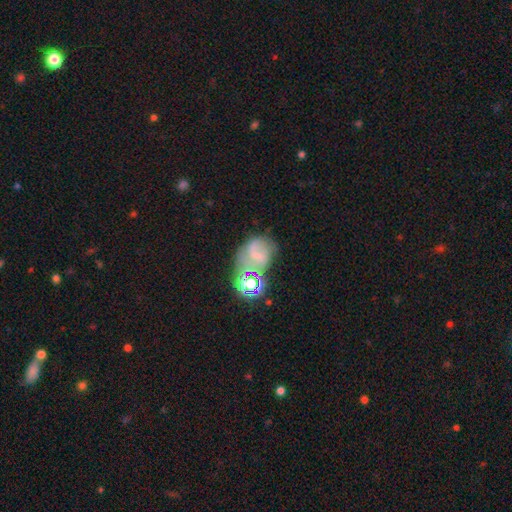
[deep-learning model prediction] Overall: featured or disk (43%; smooth 33%). Merging: none (44%; minor disturbance 22%).